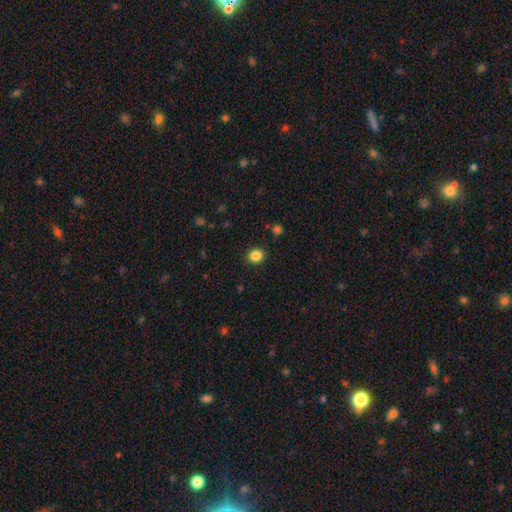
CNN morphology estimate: Smooth or featured? smooth (85%)
How rounded? round (76%)
Merging? none (90%)